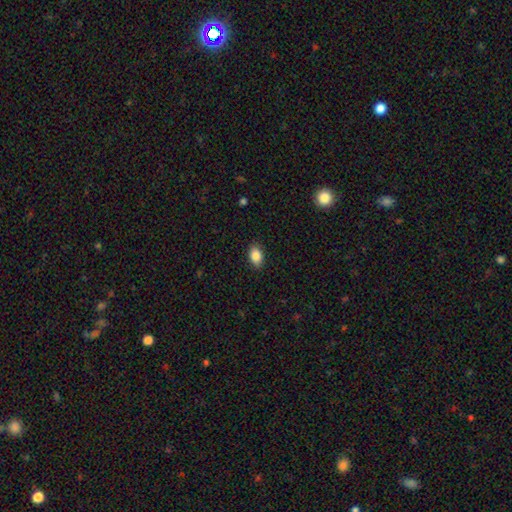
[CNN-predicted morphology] This is clearly a smooth galaxy (87%). How rounded: clearly in between (87%). Merging: clearly none (87%).